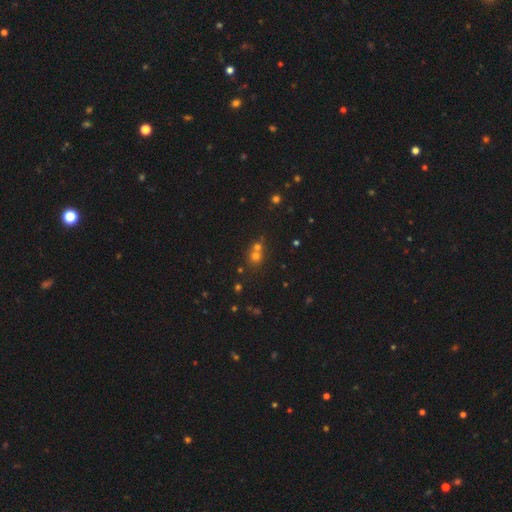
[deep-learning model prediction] Overall: smooth (61%; star or artifact 26%). How rounded: round (82%). Merging: merger (52%; none 40%).